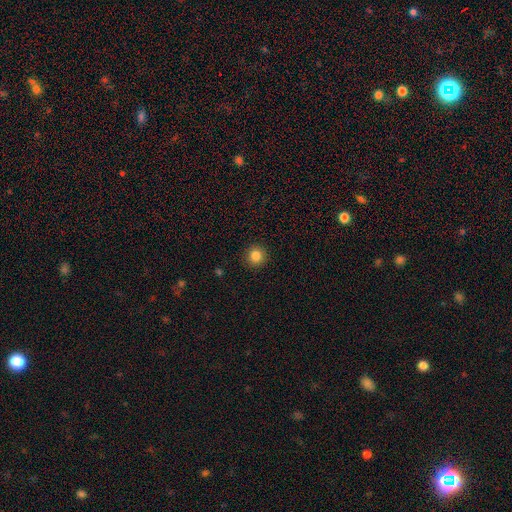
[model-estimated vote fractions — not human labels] smooth 84%, star or artifact 11%, featured or disk 4%. Down the decision tree: how rounded — round (93%); merging — none (92%).